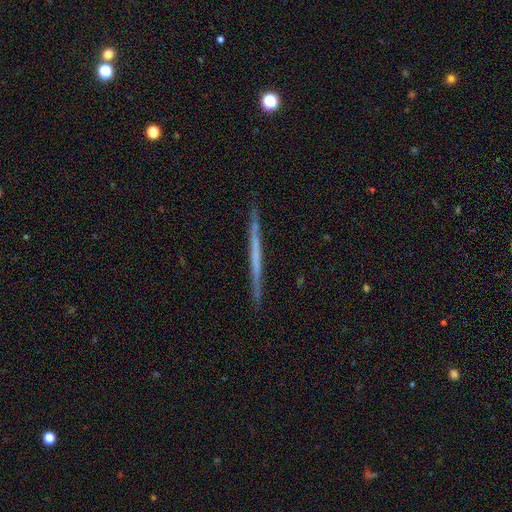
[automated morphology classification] A featured or disk galaxy (56%) viewed edge-on (98%) with no central bulge (94%). Merging: none (91%).